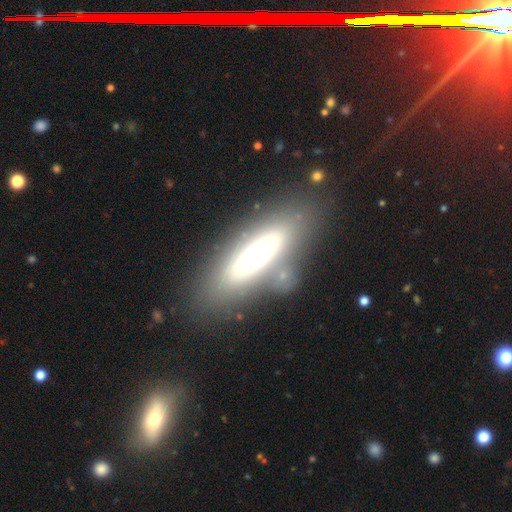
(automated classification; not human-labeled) Smooth or featured? Predicted: smooth (p=0.50). How rounded? Predicted: in between (p=0.61). Merging? Predicted: none (p=0.69).